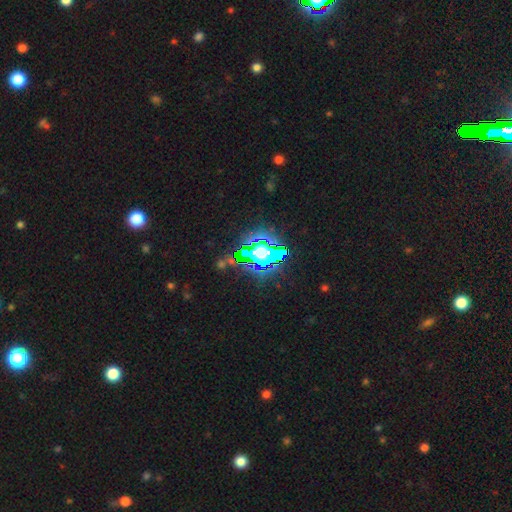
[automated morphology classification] This appears to be a star or artifact, not a galaxy (59%).